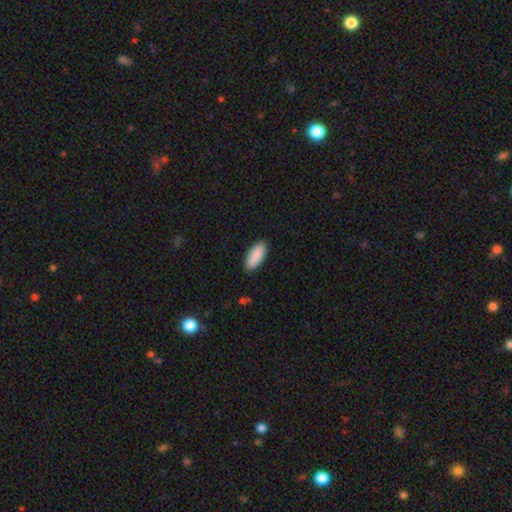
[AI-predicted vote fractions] Smooth or featured? Predicted: smooth (p=0.91). How rounded? Predicted: in between (p=0.85). Merging? Predicted: none (p=0.89).